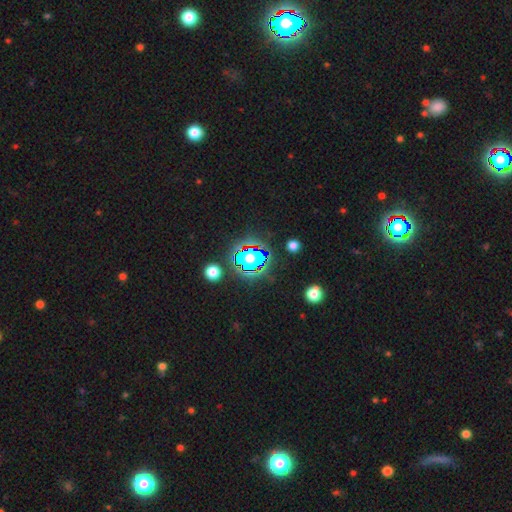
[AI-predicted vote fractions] Smooth or featured? Predicted: star or artifact (p=0.79).